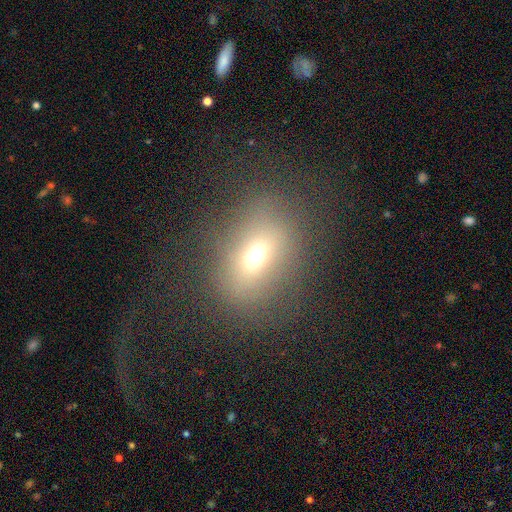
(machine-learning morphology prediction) This is likely a smooth galaxy (62%). How rounded: possibly in between (55%). Merging: likely none (67%).